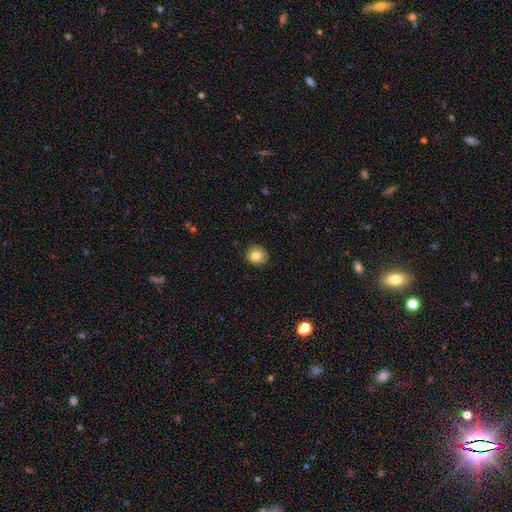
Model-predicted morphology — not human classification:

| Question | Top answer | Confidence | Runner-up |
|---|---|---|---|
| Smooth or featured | smooth | 82% | star or artifact (10%) |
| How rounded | round | 89% | in between (10%) |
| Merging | none | 90% | minor disturbance (7%) |